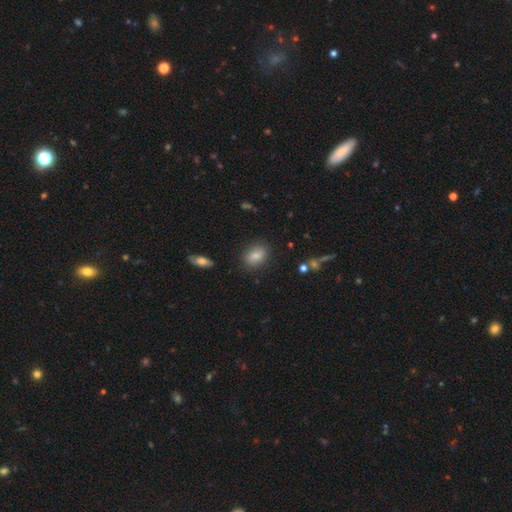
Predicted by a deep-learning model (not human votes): Smooth or featured?
  - smooth: 82% *
  - featured or disk: 9%
  - star or artifact: 9%
How rounded?
  - in between: 75% *
  - round: 23%
  - cigar-shaped: 2%
Merging?
  - none: 83% *
  - minor disturbance: 12%
  - major disturbance: 3%
  - merger: 2%